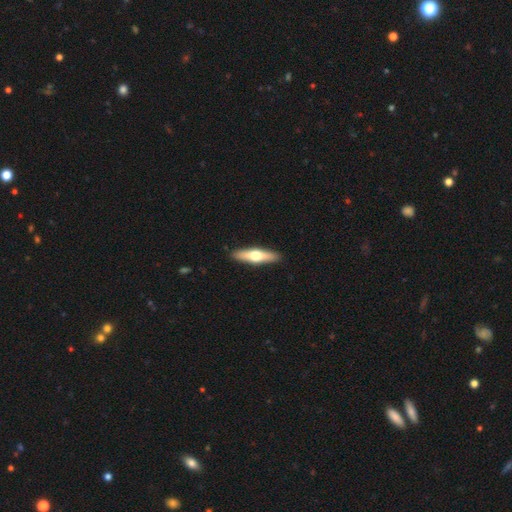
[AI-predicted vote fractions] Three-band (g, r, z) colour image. It shows a featured or disk galaxy (48%). Merging: none (91%).